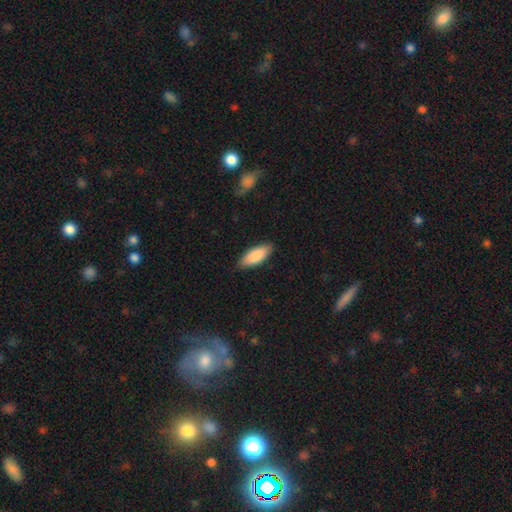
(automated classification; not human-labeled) Overall: smooth (88%). How rounded: in between (81%). Merging: none (84%).